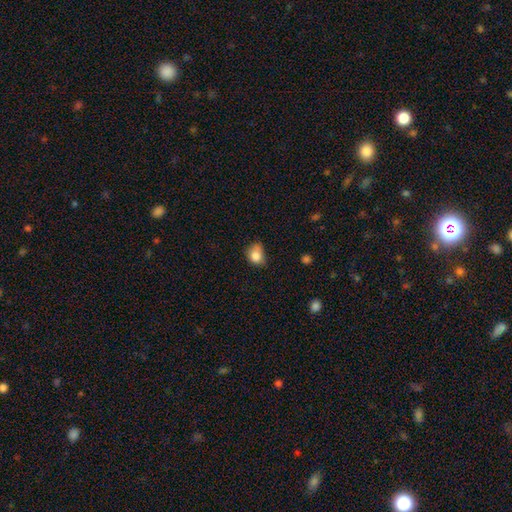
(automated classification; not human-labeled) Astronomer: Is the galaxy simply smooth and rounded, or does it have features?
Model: smooth — 82%.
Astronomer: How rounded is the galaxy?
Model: round — 54% (runner-up: in between, 45%).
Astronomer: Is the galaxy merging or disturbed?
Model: none — 44% (runner-up: minor disturbance, 42%).